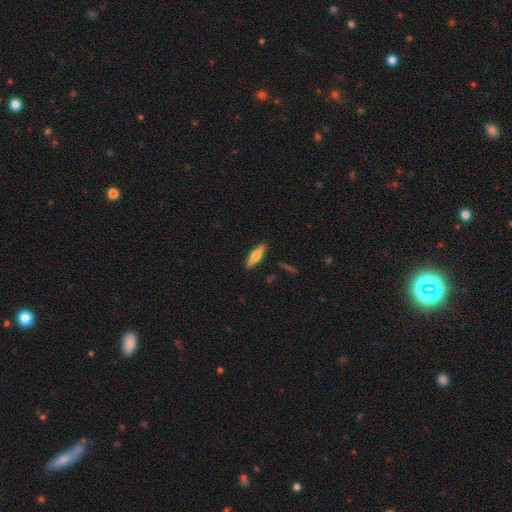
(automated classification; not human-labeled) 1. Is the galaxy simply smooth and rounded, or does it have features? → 53% smooth, 41% featured or disk, 6% star or artifact.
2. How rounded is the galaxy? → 56% cigar-shaped, 41% in between, 2% round.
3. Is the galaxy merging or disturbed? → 88% none, 9% minor disturbance, 2% major disturbance, 1% merger.